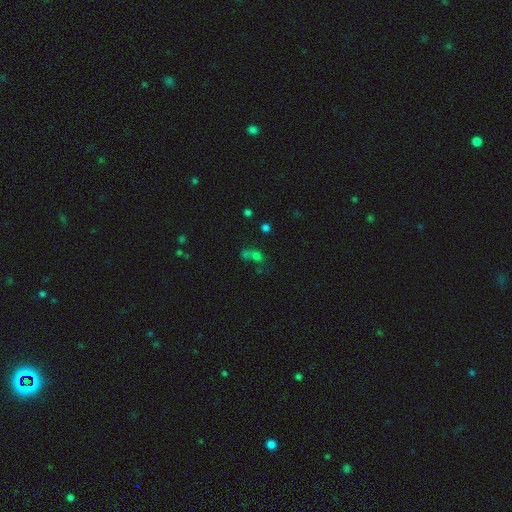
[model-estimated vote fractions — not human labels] Morphology: type=smooth (60%); roundness=round (53%); merging=merger (46%).